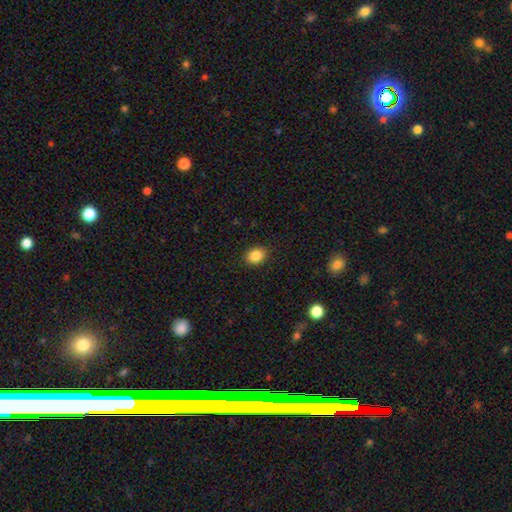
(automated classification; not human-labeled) Smooth or featured?
  - smooth: 86% *
  - star or artifact: 9%
  - featured or disk: 5%
How rounded?
  - in between: 56% *
  - round: 43%
  - cigar-shaped: 1%
Merging?
  - none: 90% *
  - minor disturbance: 7%
  - major disturbance: 2%
  - merger: 1%